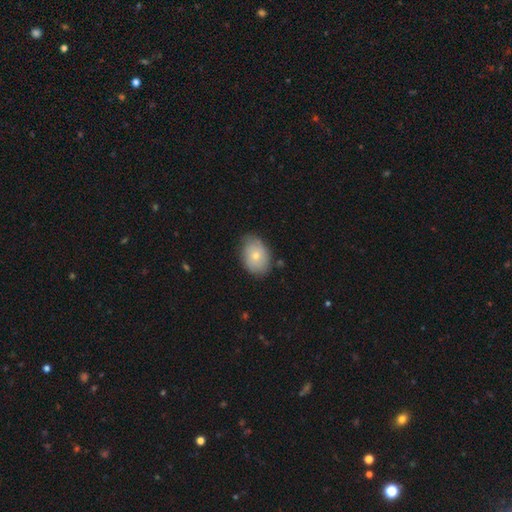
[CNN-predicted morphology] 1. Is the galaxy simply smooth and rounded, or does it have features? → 69% smooth, 24% featured or disk, 7% star or artifact.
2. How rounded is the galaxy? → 73% in between, 26% round, 1% cigar-shaped.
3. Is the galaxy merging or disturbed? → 72% none, 22% minor disturbance, 4% major disturbance, 2% merger.